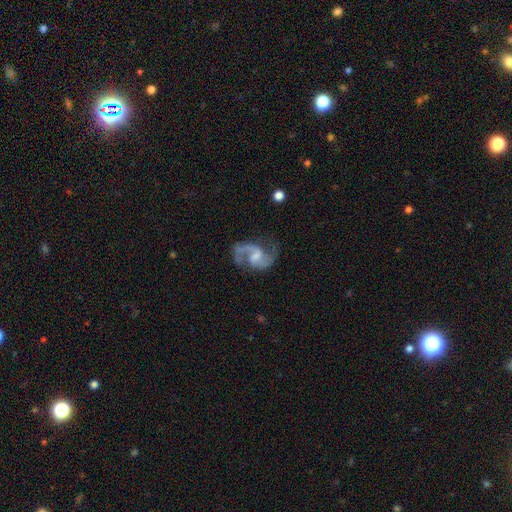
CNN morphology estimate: type=featured or disk (89%); edge-on=no (98%); bar=weak (57%); spiral arms=yes (97%); winding=medium (50%); arm count=2 (90%); bulge=small (35%); merging=none (67%).